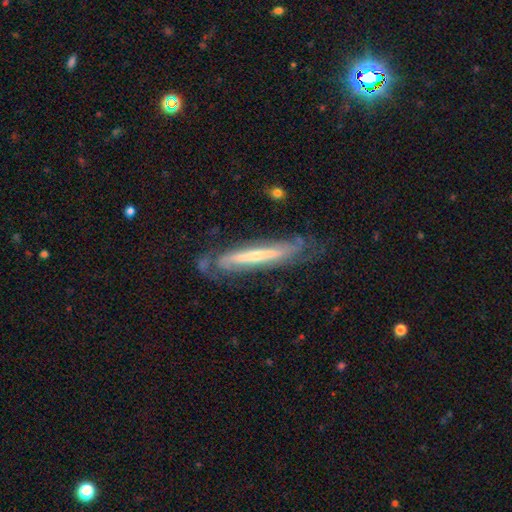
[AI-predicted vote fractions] A featured or disk galaxy (75%) viewed edge-on (59%).

Vote fractions:
- Smooth or featured? featured or disk: 75% / smooth: 19% / star or artifact: 6%
- Edge-on disk? yes: 59% / no: 41%
- Merging? none: 63% / minor disturbance: 22% / major disturbance: 12% / merger: 3%